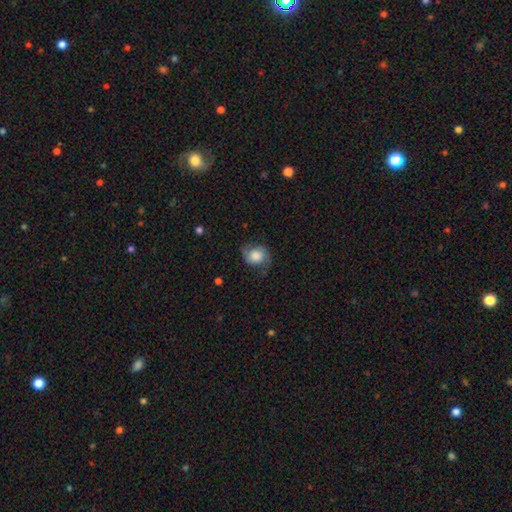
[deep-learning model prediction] This is possibly a smooth galaxy (47%). Merging: likely none (64%).